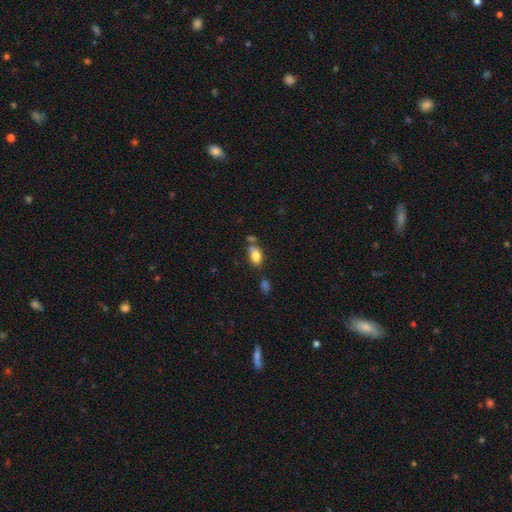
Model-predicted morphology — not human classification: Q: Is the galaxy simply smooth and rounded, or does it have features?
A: smooth — 81%.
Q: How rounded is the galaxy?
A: in between — 88%.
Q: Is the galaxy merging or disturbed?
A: none — 59%.